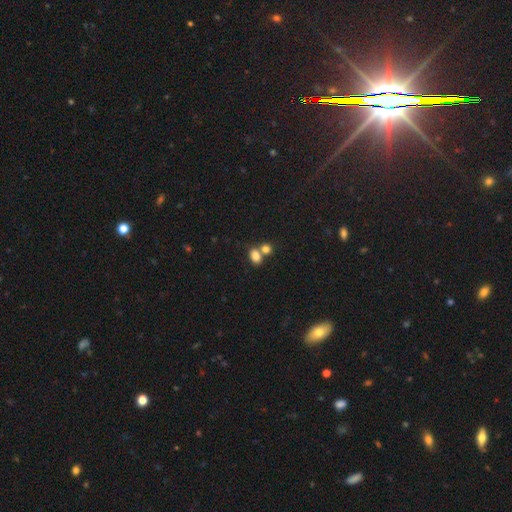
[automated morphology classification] type=smooth (82%); roundness=in between (75%); merging=merger (44%).